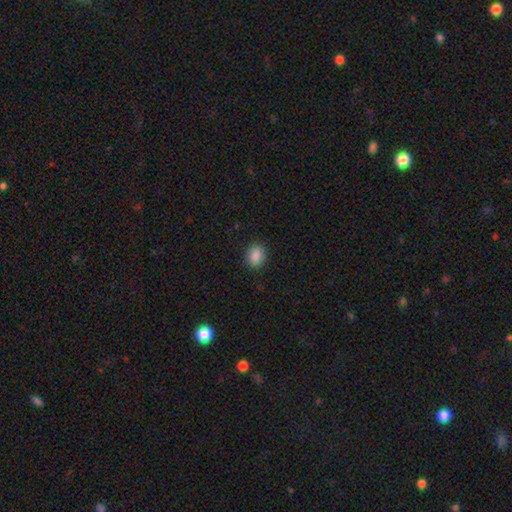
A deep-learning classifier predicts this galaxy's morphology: This appears to be a smooth galaxy with no disk features (89%) that is in between round and cigar-shaped (53%). Merging: none (88%).